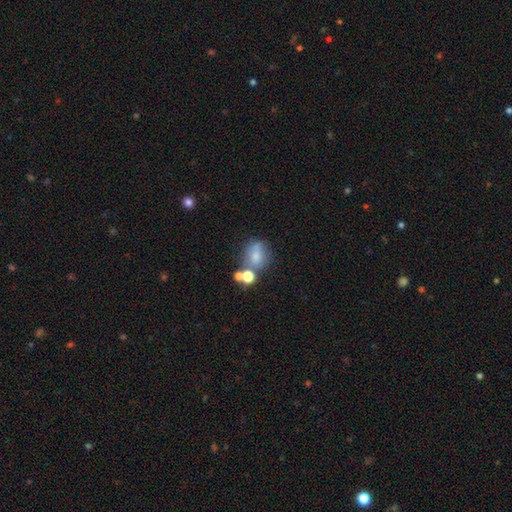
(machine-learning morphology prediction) Smooth or featured? smooth (66%)
How rounded? round (58%)
Merging? none (41%)